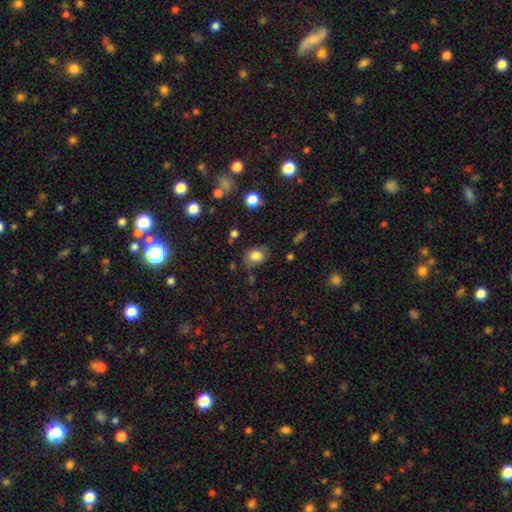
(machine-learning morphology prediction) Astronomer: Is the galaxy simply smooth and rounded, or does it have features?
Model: smooth — 81%.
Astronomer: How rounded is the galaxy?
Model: round — 60% (runner-up: in between, 39%).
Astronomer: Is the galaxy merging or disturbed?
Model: none — 68%.